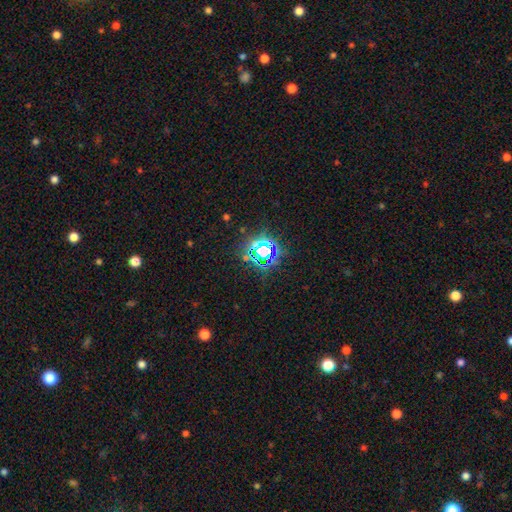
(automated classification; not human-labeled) smooth-or-featured: star or artifact: 80% | smooth: 12% | featured or disk: 8%